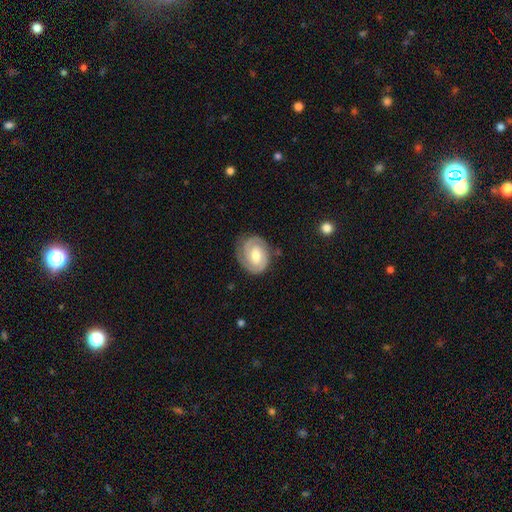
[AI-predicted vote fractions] Smooth or featured: featured or disk — 84% (smooth — 11%)
Edge-on disk: no — 98% (yes — 2%)
Bar: weak — 45% (no — 42%)
Spiral arms: yes — 96% (no — 4%)
Spiral winding: tight — 69% (medium — 27%)
Spiral arm count: 2 — 80% (can't tell — 8%)
Bulge size: moderate — 65% (small — 23%)
Merging: none — 79% (minor disturbance — 15%)